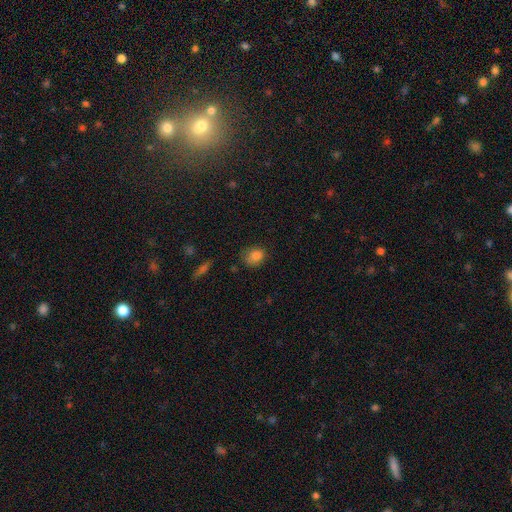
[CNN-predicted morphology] smooth 83%, star or artifact 10%, featured or disk 6%. Down the decision tree: how rounded — in between (51%); merging — none (66%).